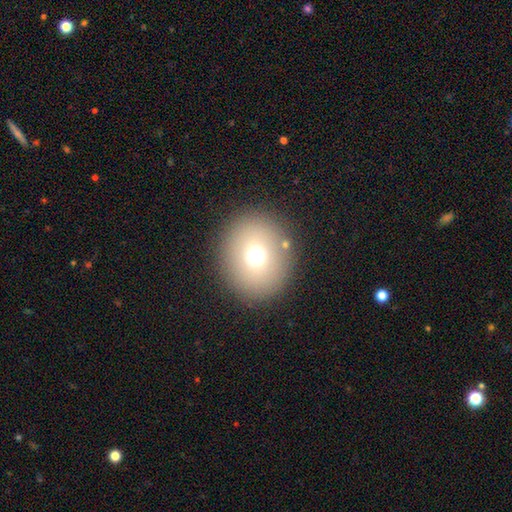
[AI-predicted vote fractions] Overall: smooth (68%). How rounded: round (76%). Merging: none (87%).